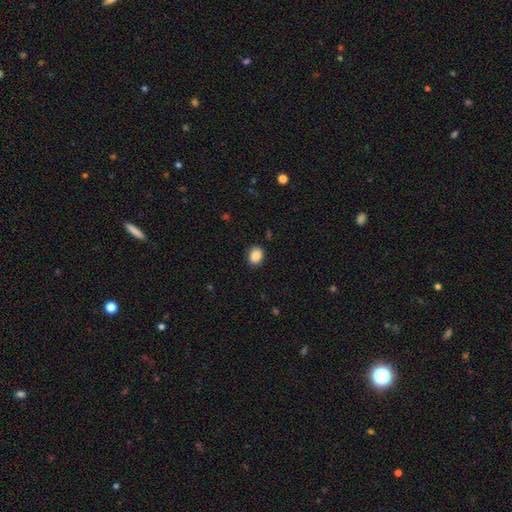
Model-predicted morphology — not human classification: This is clearly a smooth galaxy (88%). How rounded: possibly in between (59%). Merging: clearly none (88%).